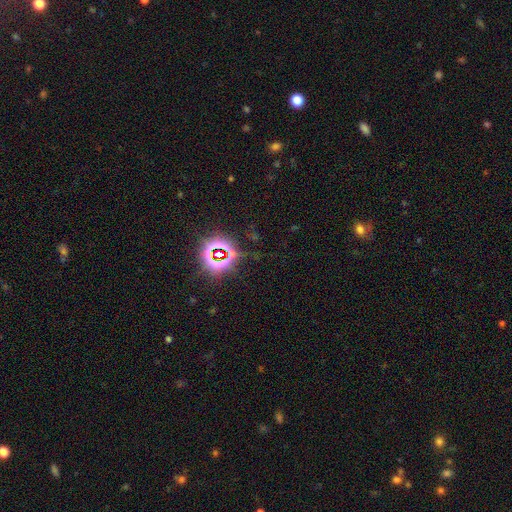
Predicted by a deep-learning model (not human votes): Smooth or featured?
  - star or artifact: 80% *
  - smooth: 13%
  - featured or disk: 8%